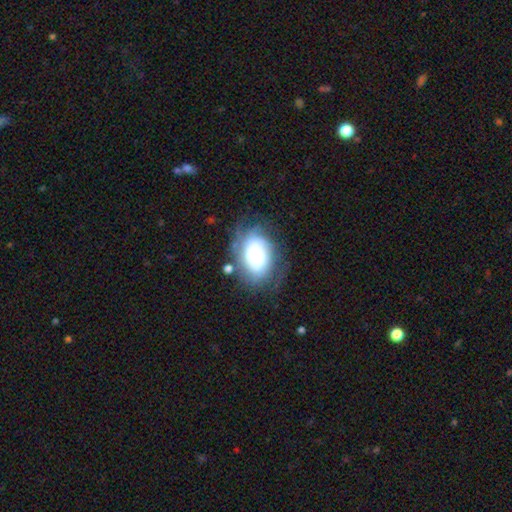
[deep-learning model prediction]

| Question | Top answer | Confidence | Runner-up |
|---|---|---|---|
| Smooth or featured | featured or disk | 53% | smooth (38%) |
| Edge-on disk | no | 95% | yes (5%) |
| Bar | no | 62% | weak (30%) |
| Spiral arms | yes | 79% | no (21%) |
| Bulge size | large | 41% | moderate (35%) |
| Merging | none | 54% | minor disturbance (25%) |